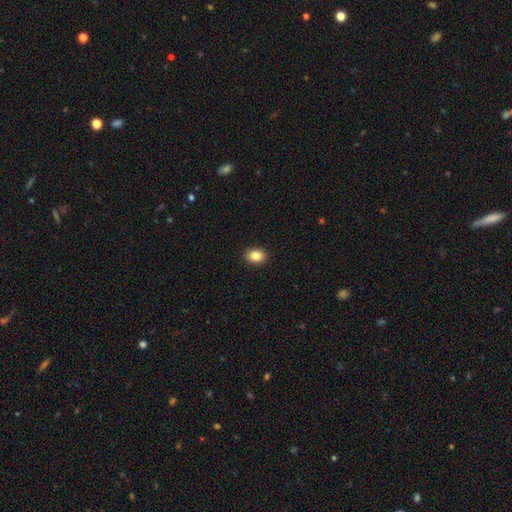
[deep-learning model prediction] smooth-or-featured: smooth: 86% | star or artifact: 9% | featured or disk: 5%
  how-rounded: in between: 63% | round: 36% | cigar-shaped: 1%
  merging: none: 91% | minor disturbance: 6% | major disturbance: 2% | merger: 1%